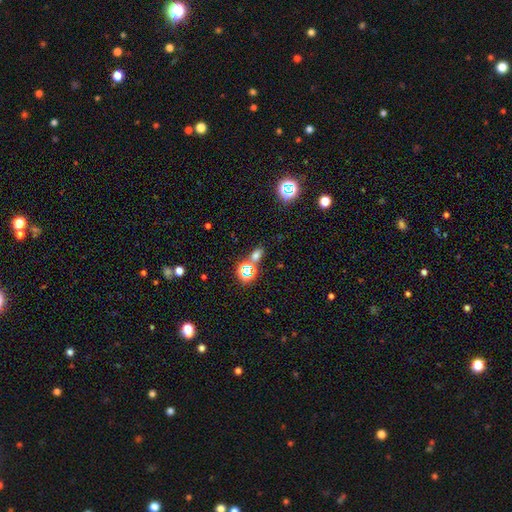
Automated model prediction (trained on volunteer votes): smooth-or-featured: smooth: 58% | star or artifact: 33% | featured or disk: 9%
  how-rounded: in between: 66% | round: 31% | cigar-shaped: 3%
  merging: none: 69% | merger: 16% | minor disturbance: 10% | major disturbance: 4%